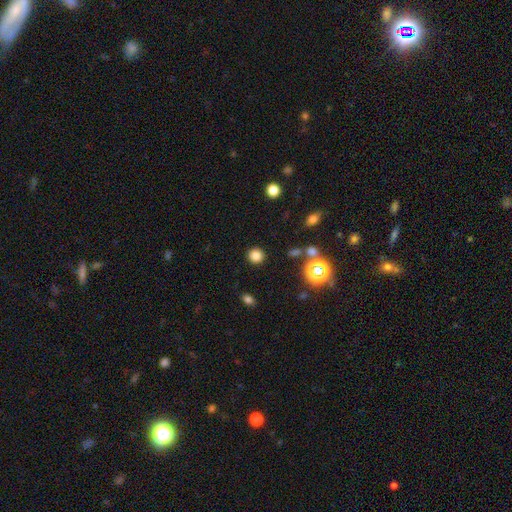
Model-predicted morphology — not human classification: Overall: smooth (82%). How rounded: round (92%). Merging: none (90%).